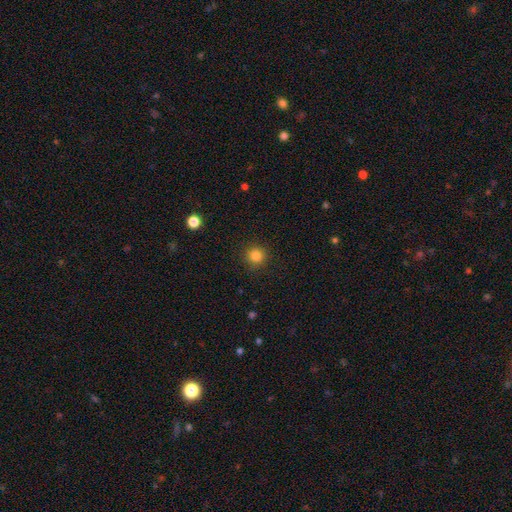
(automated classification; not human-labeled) This appears to be a smooth galaxy with no disk features (83%) that is round (94%). Merging: none (91%).